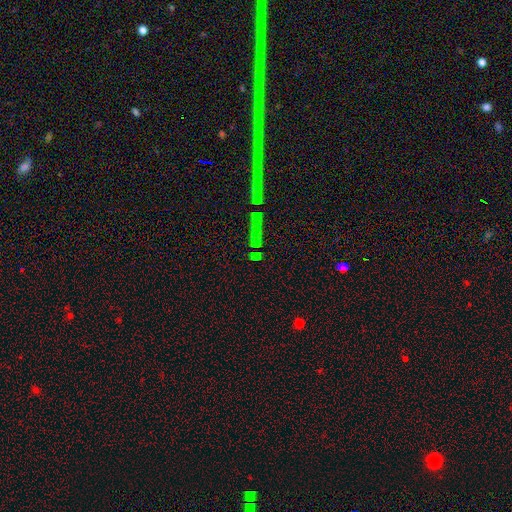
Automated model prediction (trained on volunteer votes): smooth_or_featured: star or artifact (p=0.74) [alt: featured or disk p=0.13]